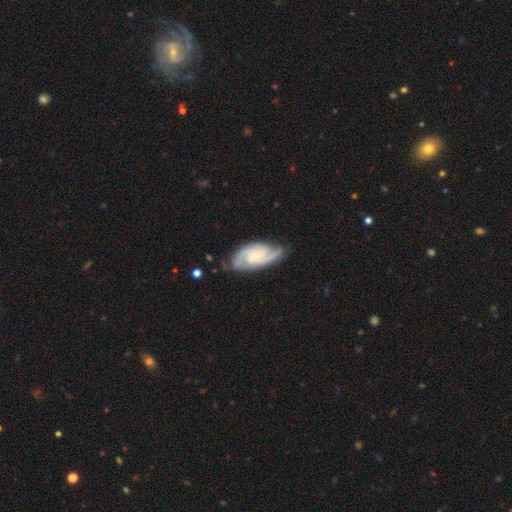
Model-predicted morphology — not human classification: Smooth or featured? featured or disk (88%)
Edge-on disk? no (96%)
Bar? no (58%)
Spiral arms? yes (98%)
Spiral winding? tight (50%)
Spiral arm count? 2 (67%)
Bulge size? small (68%)
Merging? none (76%)